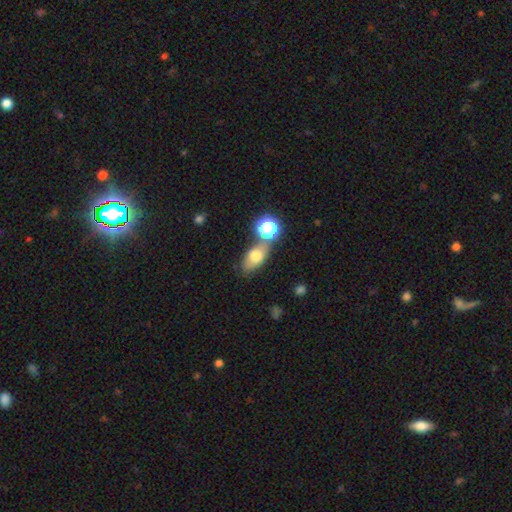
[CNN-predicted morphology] The model was most divided on "merging": none: 54%, merger: 23%, minor disturbance: 16%, major disturbance: 7%. More confident: how rounded — in between (81%); smooth or featured — smooth (68%).